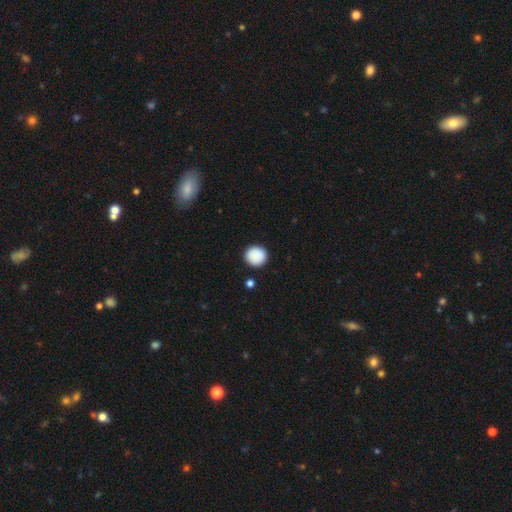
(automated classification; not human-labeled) Smooth or featured? smooth (89%)
How rounded? round (94%)
Merging? none (91%)